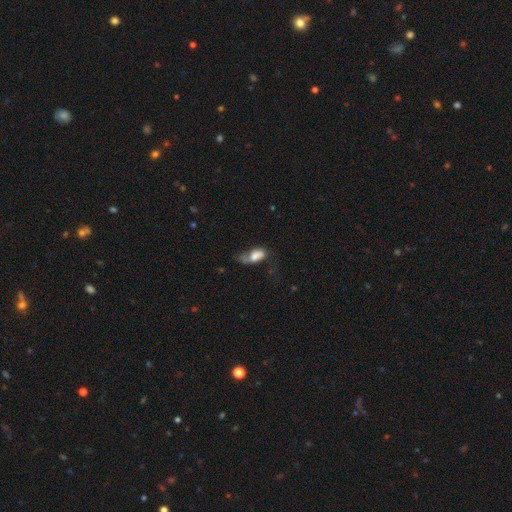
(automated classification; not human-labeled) smooth-or-featured: smooth: 65% | featured or disk: 25% | star or artifact: 9%
  how-rounded: in between: 86% | round: 7% | cigar-shaped: 7%
  merging: major disturbance: 38% | minor disturbance: 30% | none: 25% | merger: 6%